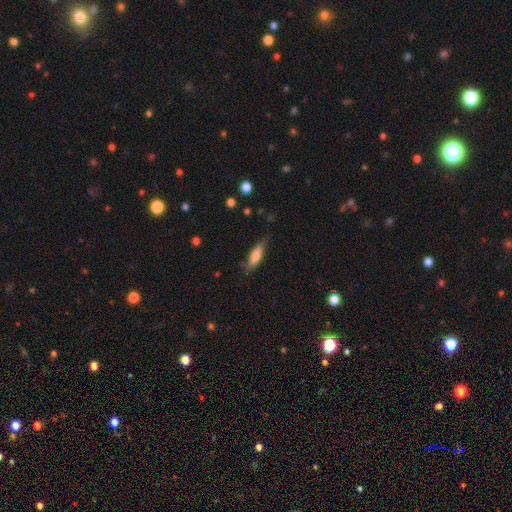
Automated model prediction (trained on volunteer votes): This is likely a smooth galaxy (70%). How rounded: possibly cigar-shaped (56%). Merging: likely none (73%).